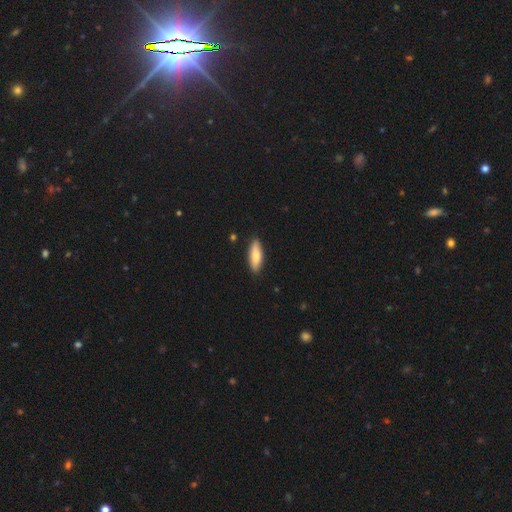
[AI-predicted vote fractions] Smooth or featured?
  - smooth: 77% *
  - featured or disk: 18%
  - star or artifact: 5%
How rounded?
  - in between: 56% *
  - cigar-shaped: 42%
  - round: 2%
Merging?
  - none: 88% *
  - minor disturbance: 9%
  - major disturbance: 2%
  - merger: 1%